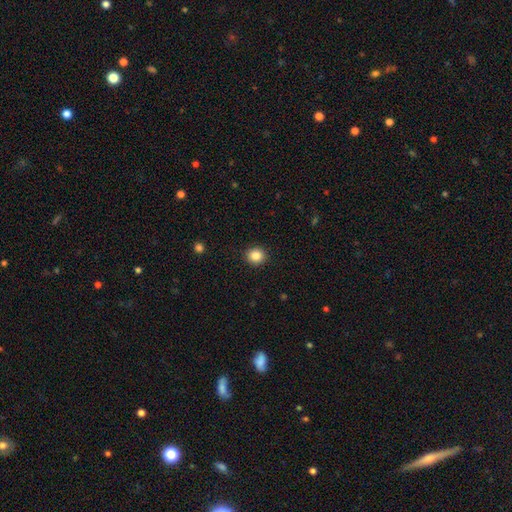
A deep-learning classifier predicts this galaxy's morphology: A smooth galaxy with no disk features (85%) that is round (86%). Merging: none (92%).